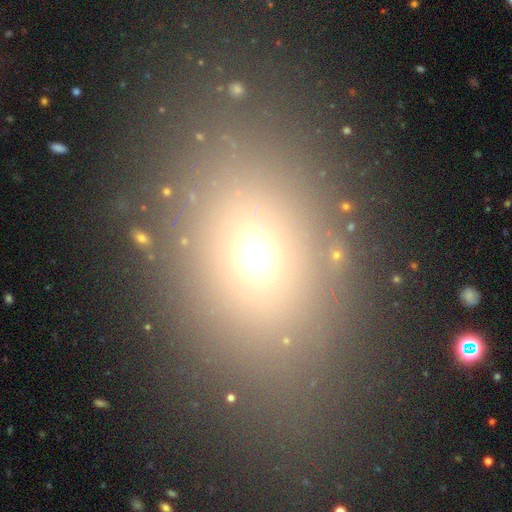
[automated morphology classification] Smooth or featured? smooth (65%)
How rounded? in between (61%)
Merging? none (78%)